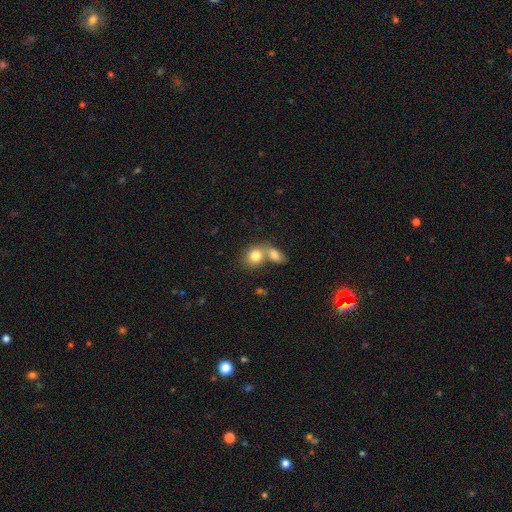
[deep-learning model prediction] Overall: smooth (81%). How rounded: round (50%; in between 49%). Merging: merger (55%; none 34%).